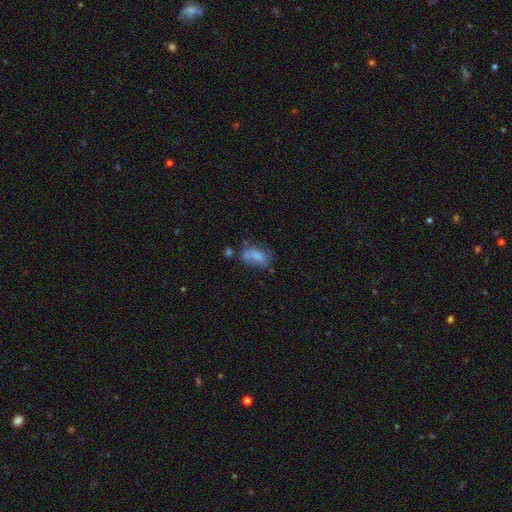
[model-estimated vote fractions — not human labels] smooth-or-featured: smooth: 64% | featured or disk: 25% | star or artifact: 10%
  how-rounded: in between: 86% | round: 11% | cigar-shaped: 3%
  merging: none: 39% | minor disturbance: 25% | merger: 19% | major disturbance: 17%